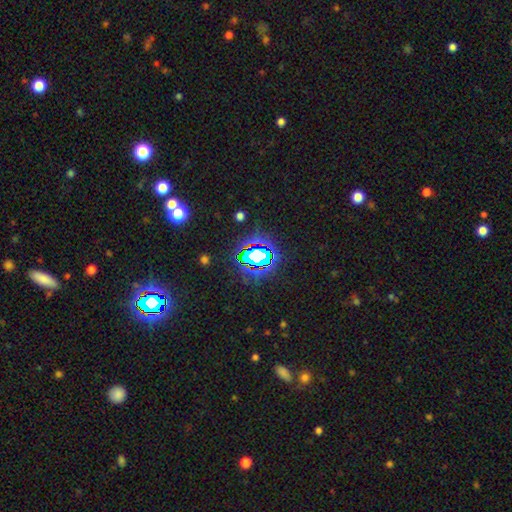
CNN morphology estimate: The model was most divided on "smooth or featured": star or artifact: 72%, smooth: 16%, featured or disk: 12%.